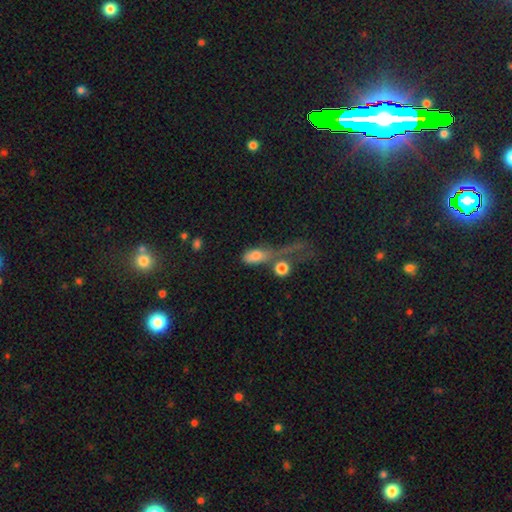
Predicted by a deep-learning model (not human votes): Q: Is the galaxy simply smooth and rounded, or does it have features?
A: smooth — 76%.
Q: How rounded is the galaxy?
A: in between — 81%.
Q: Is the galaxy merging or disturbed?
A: merger — 37%.